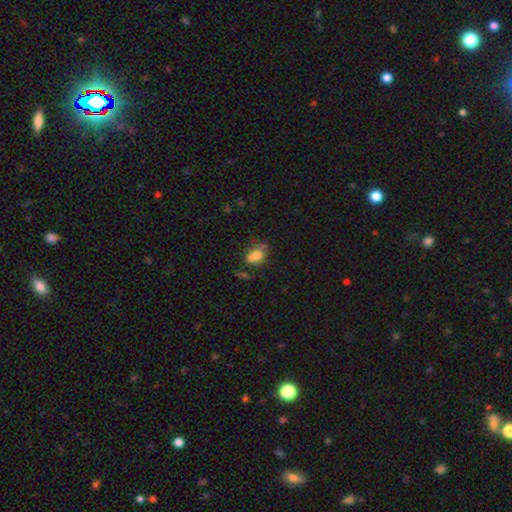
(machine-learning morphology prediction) smooth 66%, featured or disk 20%, star or artifact 14%. Down the decision tree: how rounded — in between (59%); merging — merger (38%).